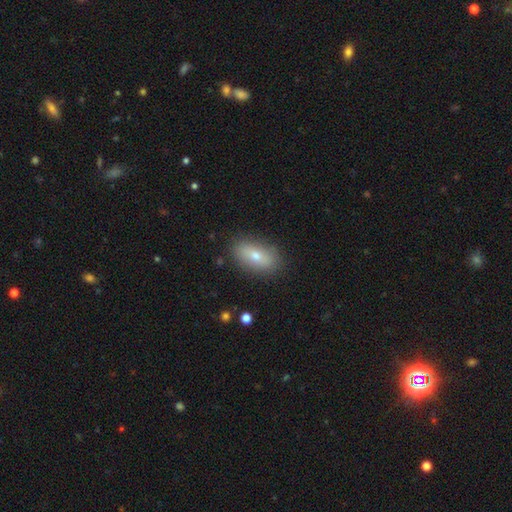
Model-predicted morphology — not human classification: Overall: smooth (70%). How rounded: in between (87%). Merging: none (84%).